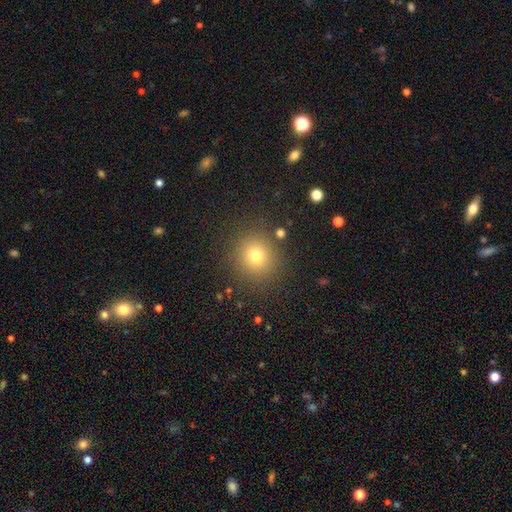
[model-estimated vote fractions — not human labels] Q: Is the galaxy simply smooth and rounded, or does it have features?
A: smooth — 74%.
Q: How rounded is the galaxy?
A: round — 91%.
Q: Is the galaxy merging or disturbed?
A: none — 88%.